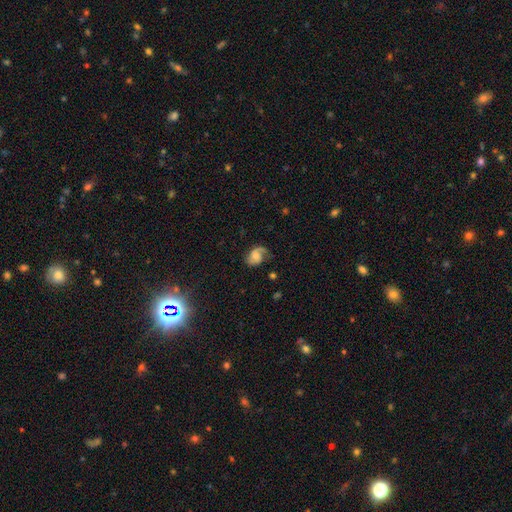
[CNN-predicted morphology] A featured or disk galaxy (60%) with no bar (57%), 2 (66%) medium (42%) spiral arms (90%) and a moderate central bulge (45%).

Vote fractions:
- Smooth or featured? featured or disk: 60% / smooth: 31% / star or artifact: 9%
- Edge-on disk? no: 97% / yes: 3%
- Bar? no: 57% / weak: 36% / strong: 8%
- Spiral arms? yes: 90% / no: 10%
- Spiral winding? medium: 42% / loose: 38% / tight: 20%
- Spiral arm count? 2: 66% / 1: 24% / can't tell: 7% / 3: 1% / 4: 1% / more than 4: 1%
- Bulge size? moderate: 45% / small: 32% / none: 10% / large: 10% / dominant: 2%
- Merging? none: 58% / minor disturbance: 26% / major disturbance: 14% / merger: 2%